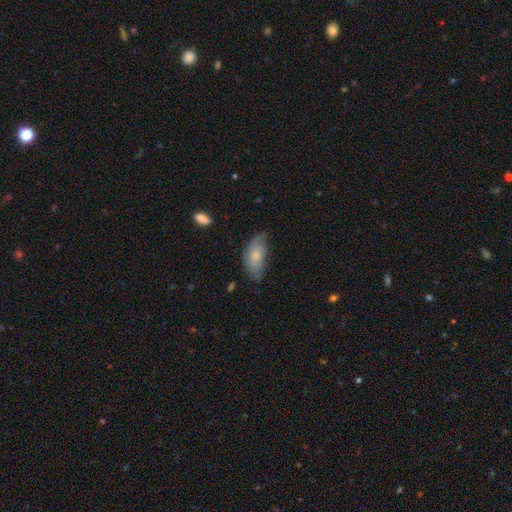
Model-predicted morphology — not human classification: A smooth galaxy with no disk features (73%) that is in between round and cigar-shaped (91%).

Vote fractions:
- Smooth or featured? smooth: 73% / featured or disk: 20% / star or artifact: 6%
- How rounded? in between: 91% / cigar-shaped: 6% / round: 3%
- Merging? none: 57% / minor disturbance: 34% / major disturbance: 8% / merger: 2%